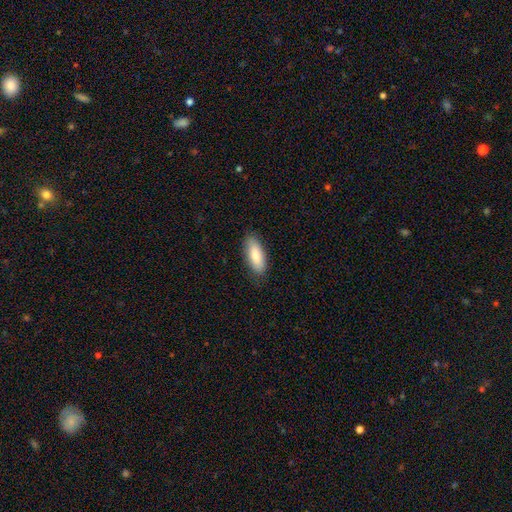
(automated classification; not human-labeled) Morphology: type=smooth (83%); roundness=in between (76%); merging=none (85%).